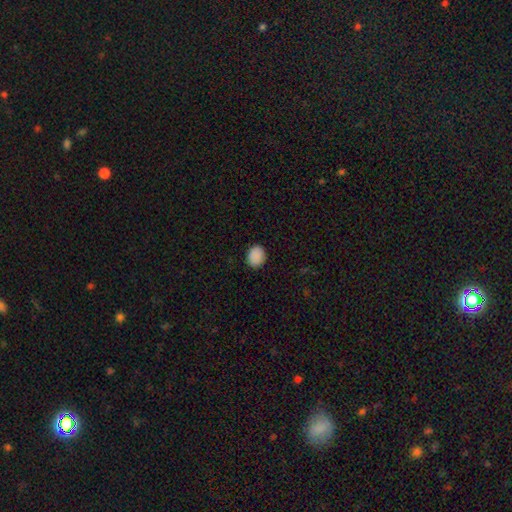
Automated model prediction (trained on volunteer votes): A smooth galaxy with no disk features (89%) that is round (52%). Merging: none (89%).